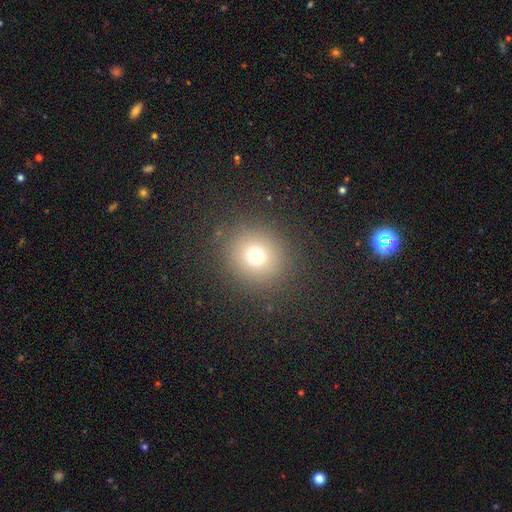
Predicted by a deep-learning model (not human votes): smooth_or_featured: smooth (p=0.72) [alt: star or artifact p=0.19]
how_rounded: round (p=0.89) [alt: in between p=0.10]
merging: none (p=0.87) [alt: minor disturbance p=0.07]